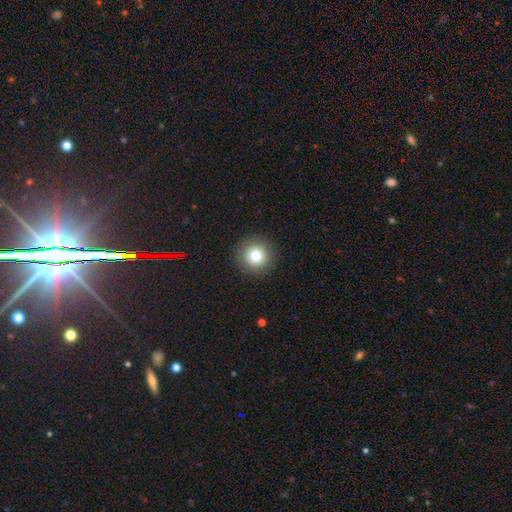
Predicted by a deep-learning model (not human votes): Q: Smooth or featured?
A: smooth (79%); runner-up: star or artifact (11%)
Q: How rounded?
A: round (96%); runner-up: in between (3%)
Q: Merging?
A: none (92%); runner-up: minor disturbance (5%)